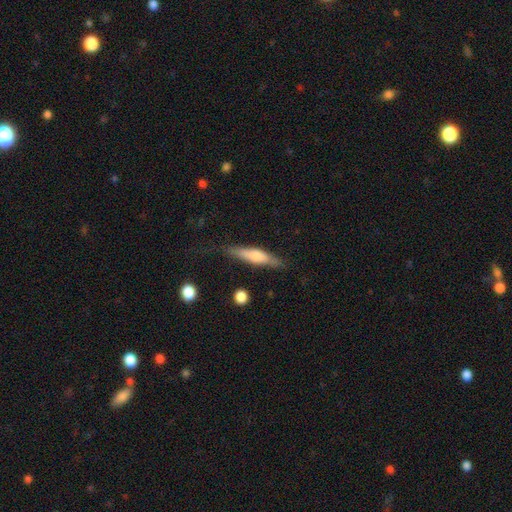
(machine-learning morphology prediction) Smooth or featured: smooth — 49% (featured or disk — 44%)
Merging: none — 74% (minor disturbance — 18%)